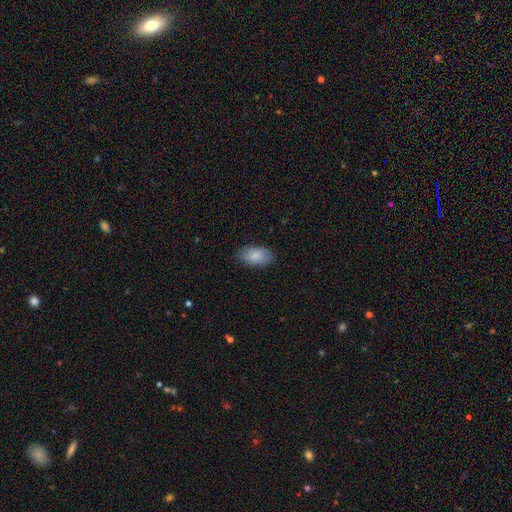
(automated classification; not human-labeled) smooth 85%, featured or disk 9%, star or artifact 6%. Down the decision tree: how rounded — in between (94%); merging — none (82%).